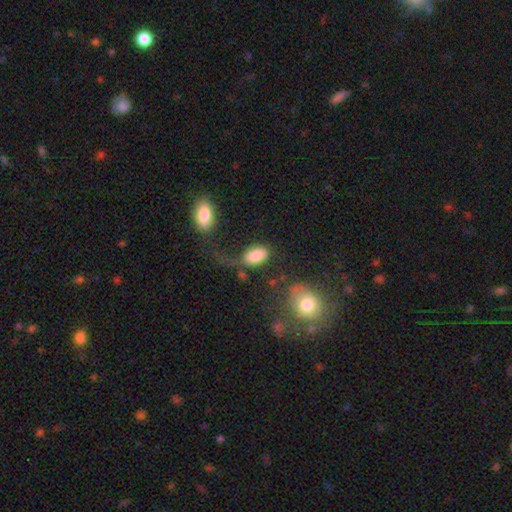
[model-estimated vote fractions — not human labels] Smooth or featured?
  - smooth: 82% *
  - featured or disk: 10%
  - star or artifact: 7%
How rounded?
  - in between: 92% *
  - round: 6%
  - cigar-shaped: 2%
Merging?
  - none: 45% *
  - minor disturbance: 22%
  - major disturbance: 21%
  - merger: 12%